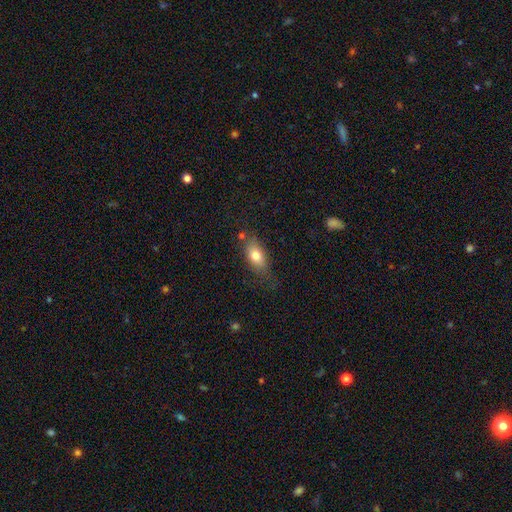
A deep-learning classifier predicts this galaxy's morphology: Smooth or featured?
  - smooth: 77% *
  - featured or disk: 15%
  - star or artifact: 8%
How rounded?
  - in between: 83% *
  - cigar-shaped: 9%
  - round: 8%
Merging?
  - none: 66% *
  - minor disturbance: 22%
  - major disturbance: 7%
  - merger: 5%